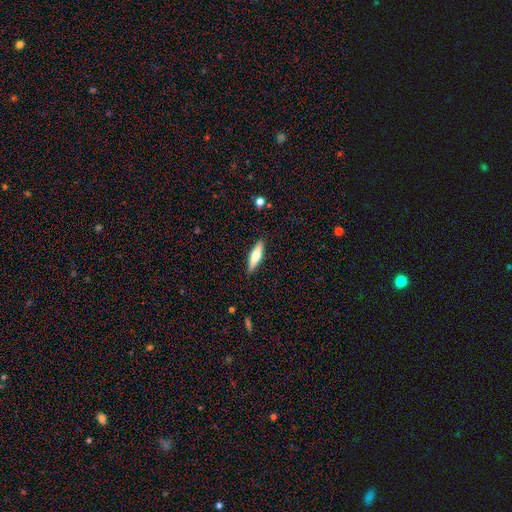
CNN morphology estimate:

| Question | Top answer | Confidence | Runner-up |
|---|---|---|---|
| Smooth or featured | smooth | 53% | featured or disk (41%) |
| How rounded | cigar-shaped | 67% | in between (31%) |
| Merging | none | 89% | minor disturbance (8%) |